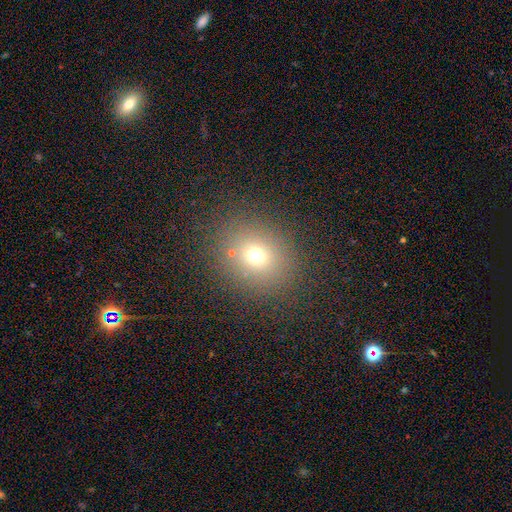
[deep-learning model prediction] Smooth or featured?
  - smooth: 68% *
  - star or artifact: 20%
  - featured or disk: 11%
How rounded?
  - round: 70% *
  - in between: 29%
  - cigar-shaped: 1%
Merging?
  - none: 85% *
  - minor disturbance: 8%
  - major disturbance: 5%
  - merger: 2%